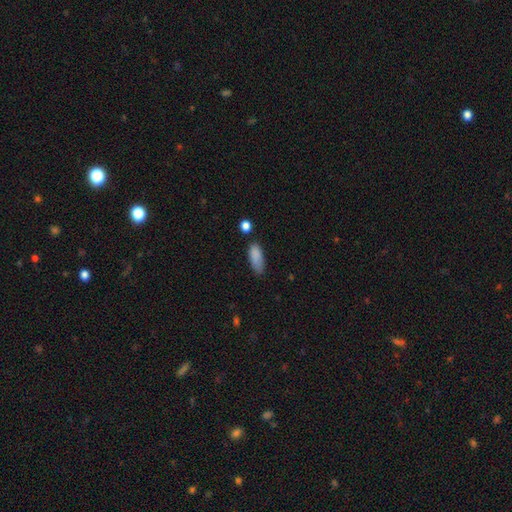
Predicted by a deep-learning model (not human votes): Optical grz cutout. It shows a smooth galaxy with no disk features (86%) that is in between round and cigar-shaped (72%). Merging: none (63%).